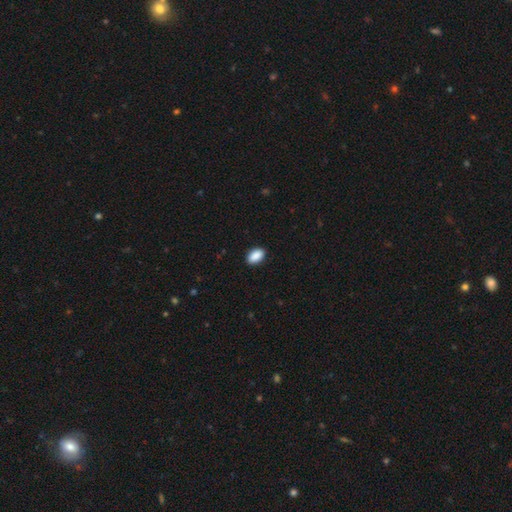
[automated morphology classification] A smooth galaxy with no disk features (90%) that is in between round and cigar-shaped (93%). Merging: none (90%).